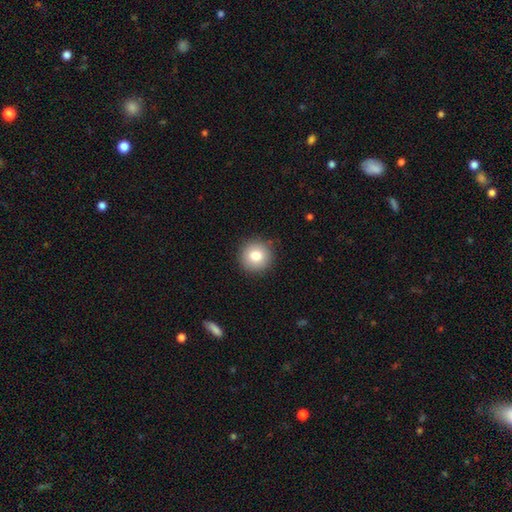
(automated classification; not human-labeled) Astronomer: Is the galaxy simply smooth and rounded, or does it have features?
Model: smooth — 82%.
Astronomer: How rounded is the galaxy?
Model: round — 94%.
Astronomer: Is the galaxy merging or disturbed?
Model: none — 90%.